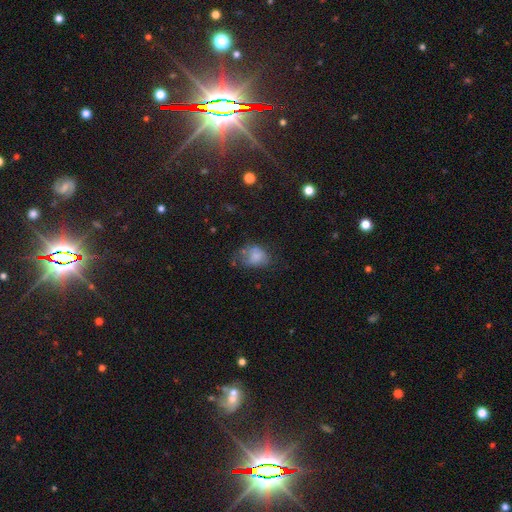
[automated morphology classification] Smooth or featured: smooth — 68% (featured or disk — 19%)
How rounded: in between — 65% (round — 34%)
Merging: none — 37% (minor disturbance — 31%)